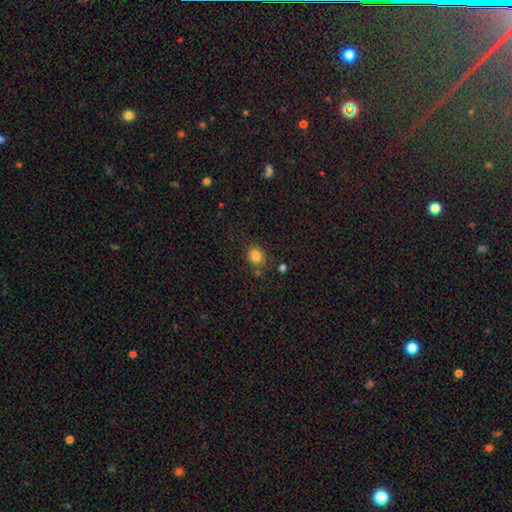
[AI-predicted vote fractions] smooth 83%, star or artifact 12%, featured or disk 5%. Down the decision tree: how rounded — round (71%); merging — none (79%).